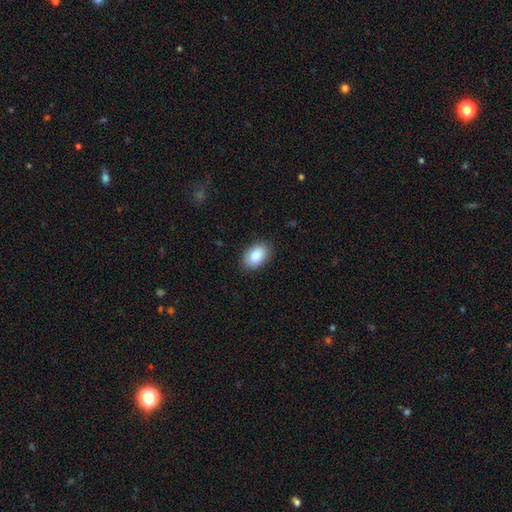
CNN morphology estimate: The model was most divided on "merging": none: 86%, minor disturbance: 10%, major disturbance: 2%, merger: 1%. More confident: how rounded — in between (90%); smooth or featured — smooth (86%).